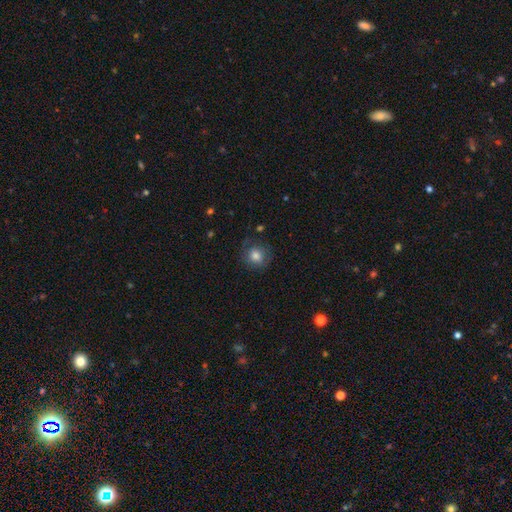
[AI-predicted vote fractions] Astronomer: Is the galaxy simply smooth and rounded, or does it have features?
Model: smooth — 75%.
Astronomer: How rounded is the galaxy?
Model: round — 85%.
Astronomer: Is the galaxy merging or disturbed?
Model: none — 75%.